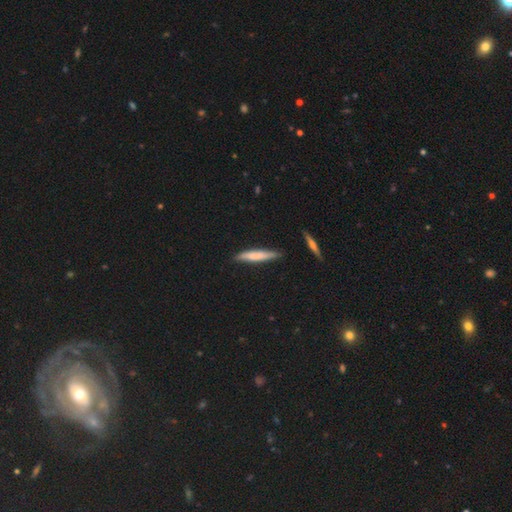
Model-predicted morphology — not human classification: type=smooth (71%); roundness=cigar-shaped (91%); merging=none (81%).